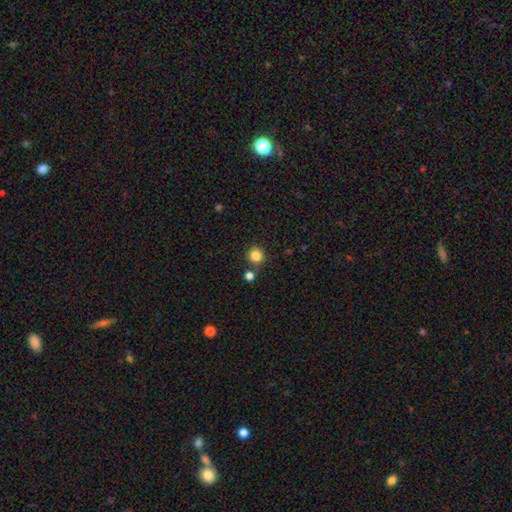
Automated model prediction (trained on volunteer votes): Q: Smooth or featured?
A: smooth (85%); runner-up: star or artifact (11%)
Q: How rounded?
A: round (92%); runner-up: in between (7%)
Q: Merging?
A: none (82%); runner-up: merger (9%)